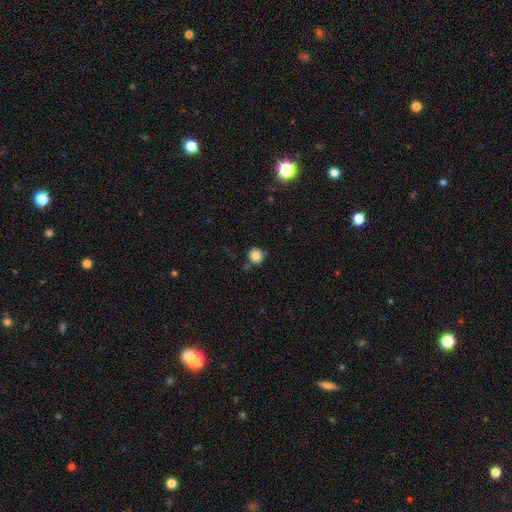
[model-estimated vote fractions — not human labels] This is clearly a smooth galaxy (83%). How rounded: clearly round (91%). Merging: likely none (79%).